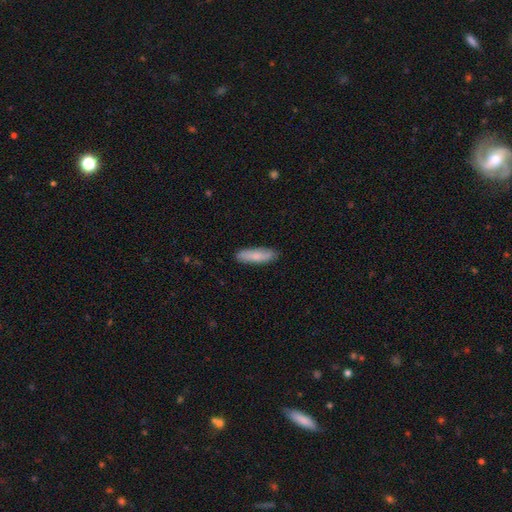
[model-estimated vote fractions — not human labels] Smooth or featured?
  - smooth: 79% *
  - featured or disk: 15%
  - star or artifact: 5%
How rounded?
  - cigar-shaped: 68% *
  - in between: 30%
  - round: 2%
Merging?
  - none: 87% *
  - minor disturbance: 10%
  - major disturbance: 2%
  - merger: 1%